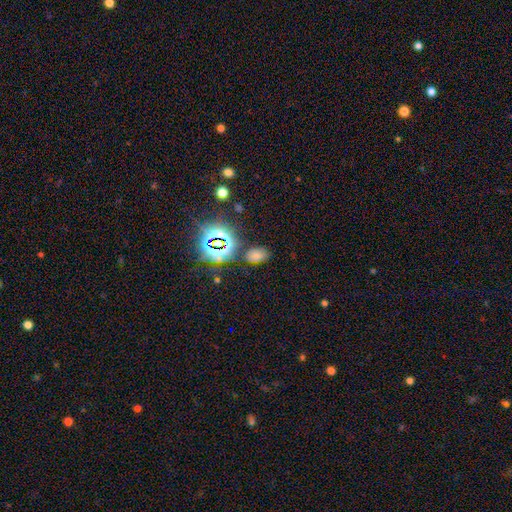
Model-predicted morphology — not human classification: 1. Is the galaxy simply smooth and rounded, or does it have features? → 59% smooth, 32% star or artifact, 9% featured or disk.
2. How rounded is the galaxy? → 88% in between, 11% round, 1% cigar-shaped.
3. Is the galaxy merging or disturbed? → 80% none, 12% minor disturbance, 4% major disturbance, 4% merger.